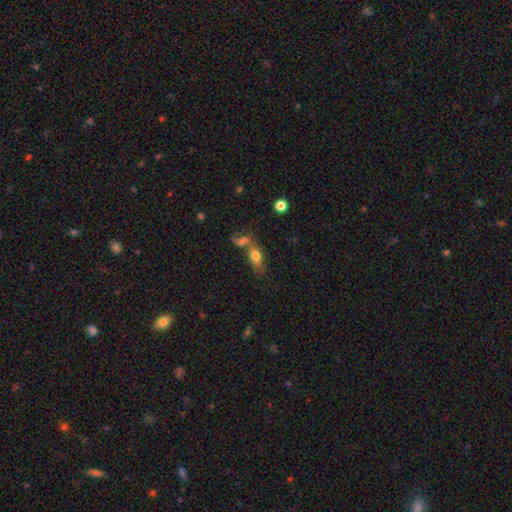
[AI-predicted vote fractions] Morphology: type=smooth (72%); roundness=in between (78%); merging=merger (47%).